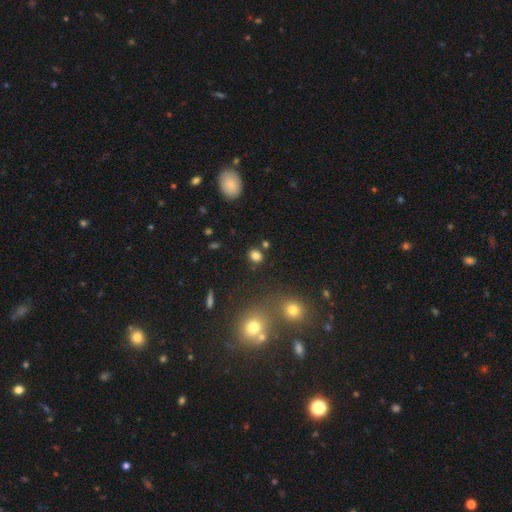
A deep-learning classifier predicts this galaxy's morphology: smooth_or_featured: smooth (p=0.80) [alt: star or artifact p=0.14]
how_rounded: round (p=0.56) [alt: in between p=0.43]
merging: none (p=0.80) [alt: minor disturbance p=0.10]